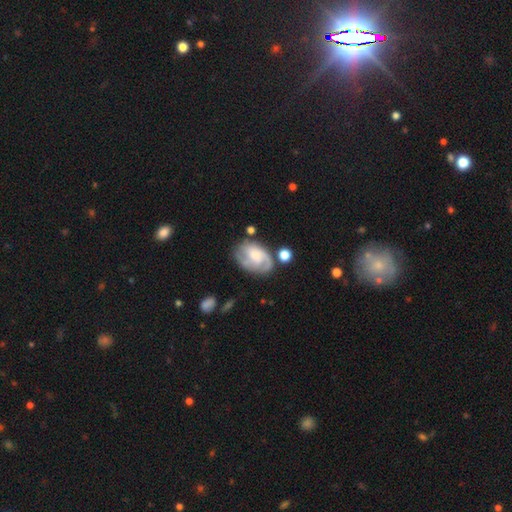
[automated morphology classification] This appears to be a featured or disk galaxy (67%) with no bar (61%), 2 (39%) medium (42%) spiral arms (88%) and a moderate central bulge (35%). Merging: none (56%).